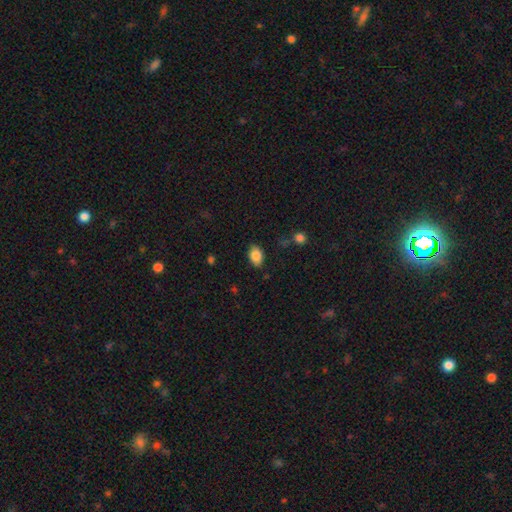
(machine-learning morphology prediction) Smooth or featured?
  - smooth: 85% *
  - star or artifact: 8%
  - featured or disk: 7%
How rounded?
  - in between: 87% *
  - round: 12%
  - cigar-shaped: 1%
Merging?
  - none: 84% *
  - minor disturbance: 12%
  - major disturbance: 3%
  - merger: 2%